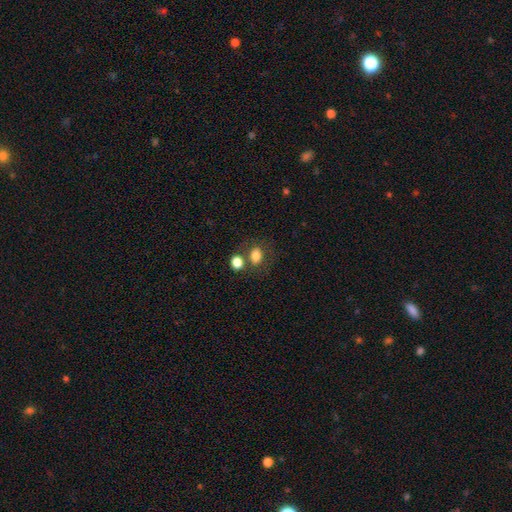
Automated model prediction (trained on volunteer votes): Morphology: type=smooth (80%); roundness=in between (59%); merging=none (59%).